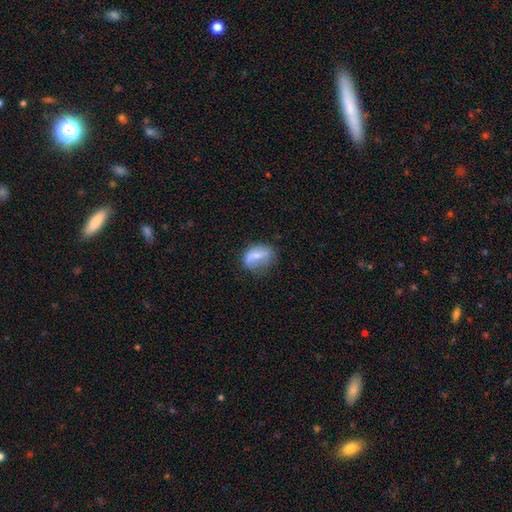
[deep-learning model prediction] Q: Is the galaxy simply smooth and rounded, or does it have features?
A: smooth — 58%.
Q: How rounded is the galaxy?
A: in between — 71%.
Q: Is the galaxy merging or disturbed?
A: none — 53%.